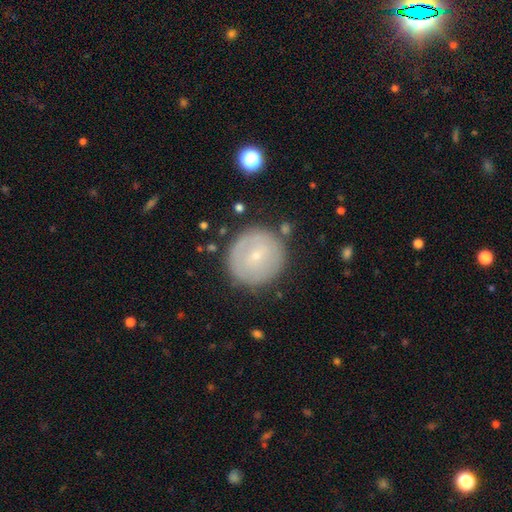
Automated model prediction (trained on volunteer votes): Smooth or featured: smooth — 51% (featured or disk — 41%)
How rounded: round — 92% (in between — 7%)
Merging: none — 81% (minor disturbance — 12%)